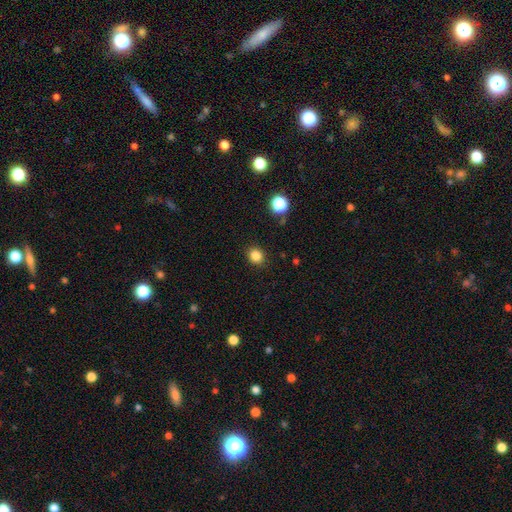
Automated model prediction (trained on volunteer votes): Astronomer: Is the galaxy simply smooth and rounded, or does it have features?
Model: smooth — 84%.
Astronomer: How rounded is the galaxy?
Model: round — 70%.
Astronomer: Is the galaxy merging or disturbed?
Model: none — 89%.